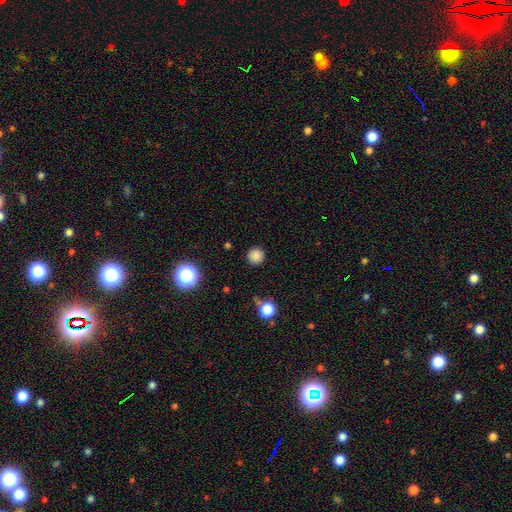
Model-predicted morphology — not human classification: Smooth or featured? Predicted: smooth (p=0.83). How rounded? Predicted: round (p=0.95). Merging? Predicted: none (p=0.90).